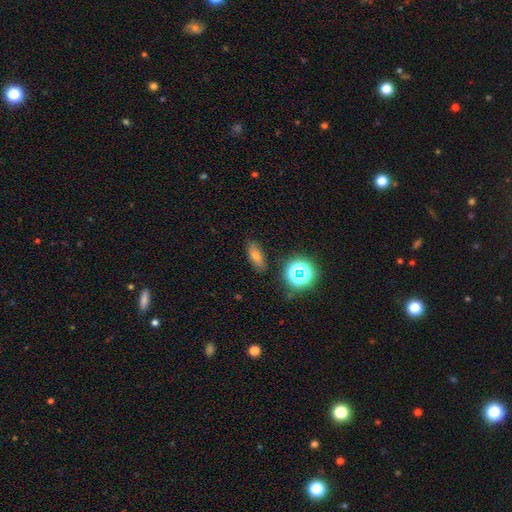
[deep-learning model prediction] smooth_or_featured: smooth (p=0.69) [alt: star or artifact p=0.19]
how_rounded: in between (p=0.77) [alt: cigar-shaped p=0.14]
merging: none (p=0.85) [alt: minor disturbance p=0.10]